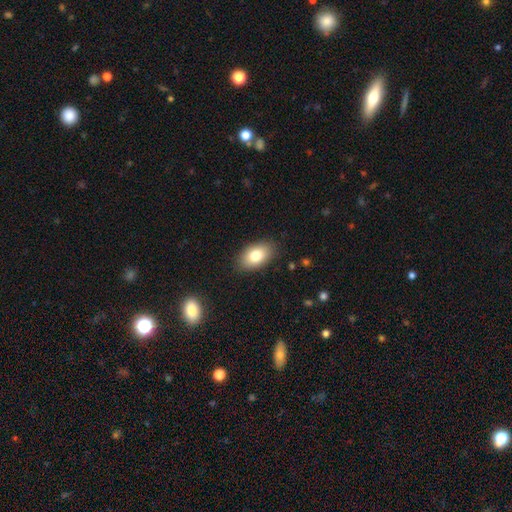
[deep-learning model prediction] Smooth or featured?
  - smooth: 80% *
  - featured or disk: 13%
  - star or artifact: 8%
How rounded?
  - in between: 91% *
  - round: 7%
  - cigar-shaped: 2%
Merging?
  - none: 86% *
  - minor disturbance: 10%
  - major disturbance: 3%
  - merger: 1%